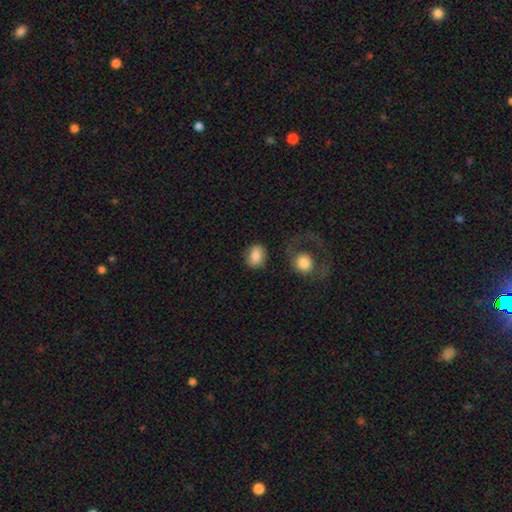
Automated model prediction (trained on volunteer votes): Smooth or featured? smooth (77%)
How rounded? round (50%)
Merging? none (75%)